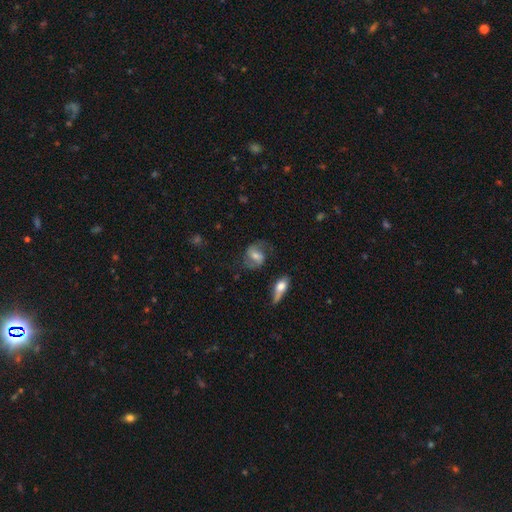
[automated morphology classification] smooth_or_featured: featured or disk (p=0.68) [alt: smooth p=0.25]
disk_edge_on: no (p=0.96) [alt: yes p=0.04]
bar: weak (p=0.45) [alt: no p=0.28]
has_spiral_arms: yes (p=0.90) [alt: no p=0.10]
spiral_winding: medium (p=0.48) [alt: loose p=0.36]
spiral_arm_count: 2 (p=0.89) [alt: can't tell p=0.06]
bulge_size: moderate (p=0.51) [alt: small p=0.32]
merging: none (p=0.67) [alt: minor disturbance p=0.18]